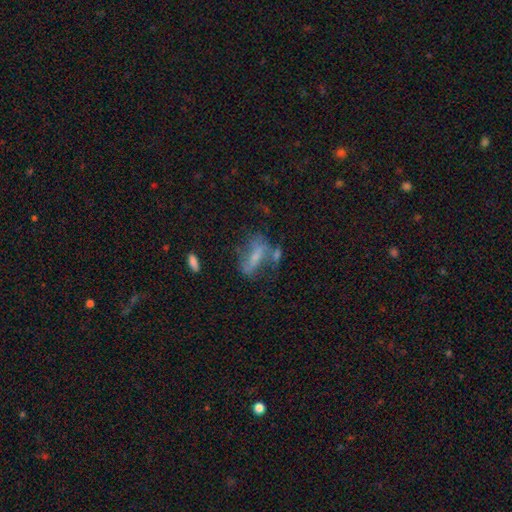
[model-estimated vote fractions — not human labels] featured or disk 47%, smooth 40%, star or artifact 12%. Down the decision tree: merging — none (39%).